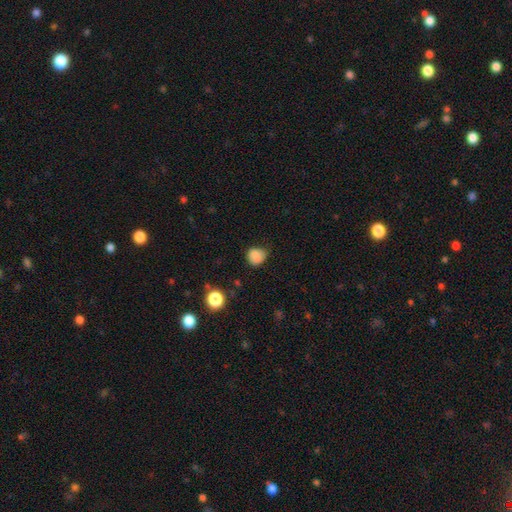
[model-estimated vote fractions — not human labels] Overall: smooth (84%). How rounded: round (76%). Merging: none (65%; minor disturbance 28%).